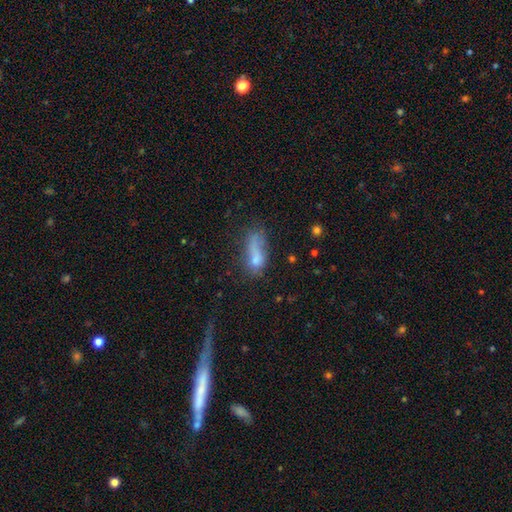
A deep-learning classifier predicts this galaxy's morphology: This appears to be a smooth galaxy with no disk features (63%) that is in between round and cigar-shaped (71%). Merging: major disturbance (35%).